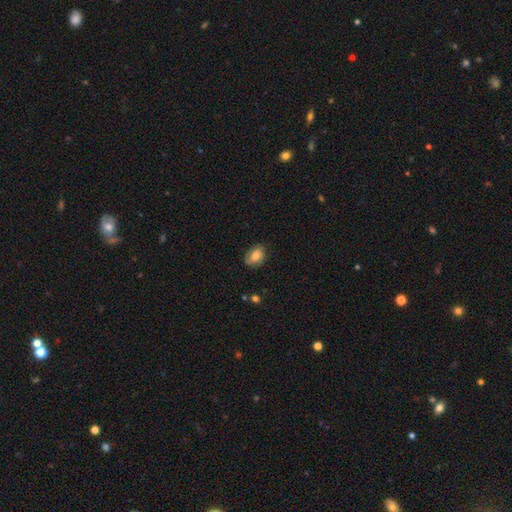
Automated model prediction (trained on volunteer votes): Smooth or featured? Predicted: smooth (p=0.72). How rounded? Predicted: in between (p=0.73). Merging? Predicted: none (p=0.74).